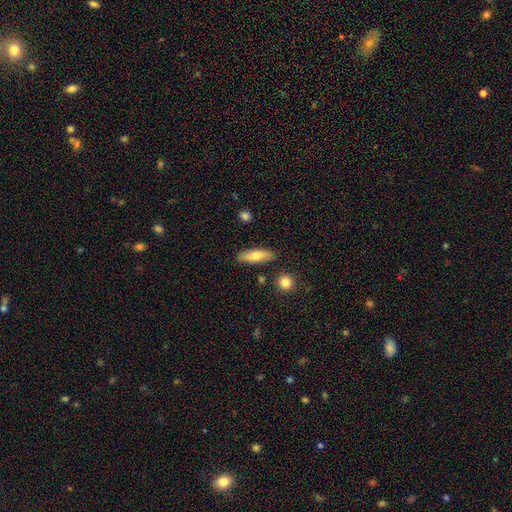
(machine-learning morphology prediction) The model was most divided on "how rounded": in between: 53%, cigar-shaped: 44%, round: 3%. More confident: merging — none (85%); smooth or featured — smooth (71%).